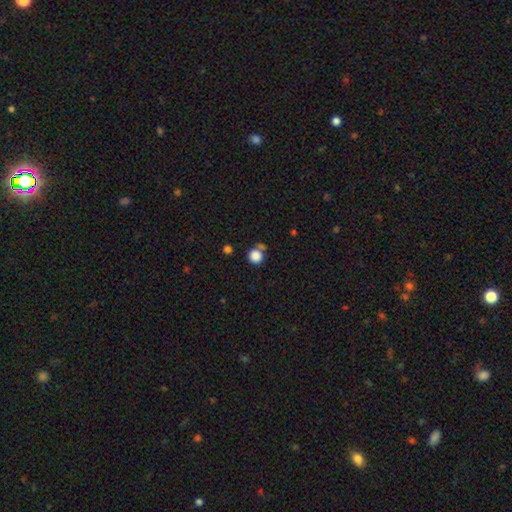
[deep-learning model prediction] smooth_or_featured: smooth (p=0.86) [alt: star or artifact p=0.10]
how_rounded: round (p=0.92) [alt: in between p=0.07]
merging: none (p=0.66) [alt: merger p=0.17]